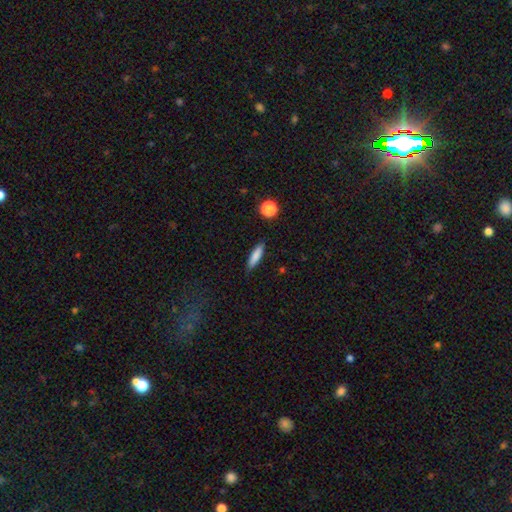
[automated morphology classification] Smooth or featured?
  - smooth: 82% *
  - featured or disk: 11%
  - star or artifact: 7%
How rounded?
  - cigar-shaped: 74% *
  - in between: 24%
  - round: 2%
Merging?
  - none: 86% *
  - minor disturbance: 10%
  - major disturbance: 2%
  - merger: 1%